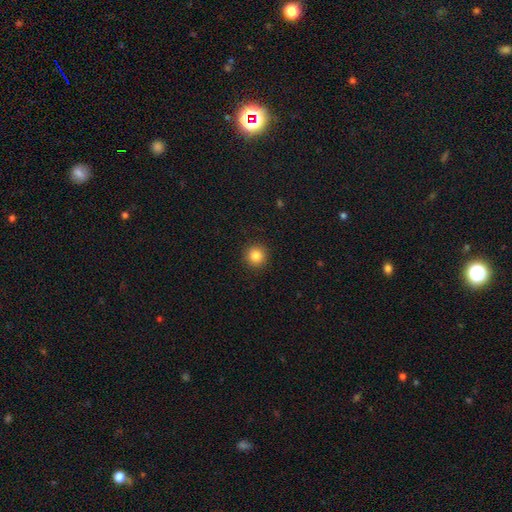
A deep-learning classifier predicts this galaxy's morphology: The model was most divided on "smooth or featured": smooth: 85%, star or artifact: 10%, featured or disk: 5%. More confident: how rounded — round (95%); merging — none (92%).